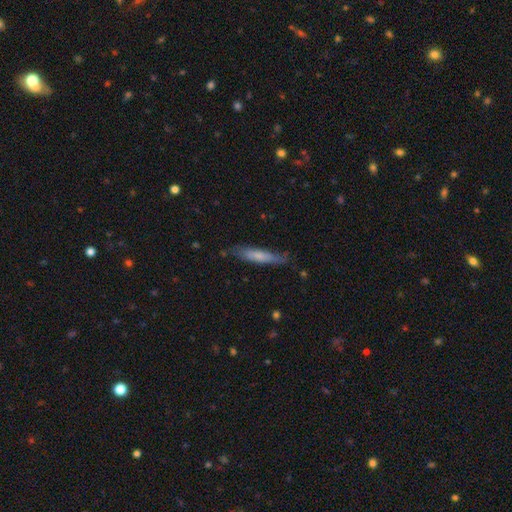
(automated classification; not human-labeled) Morphology: type=smooth (52%); roundness=cigar-shaped (88%); merging=none (78%).